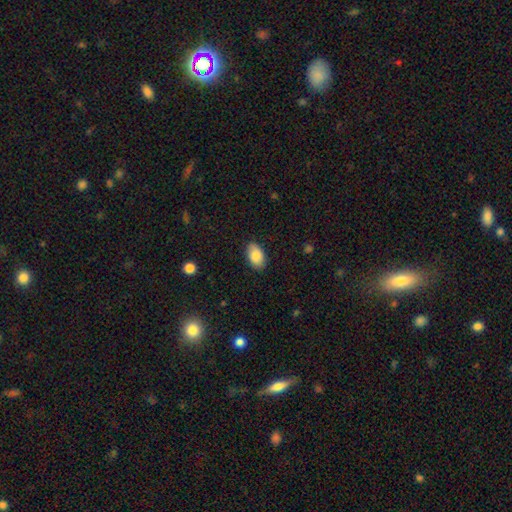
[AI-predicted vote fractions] Q: Smooth or featured?
A: smooth (84%); runner-up: featured or disk (9%)
Q: How rounded?
A: in between (92%); runner-up: round (6%)
Q: Merging?
A: none (86%); runner-up: minor disturbance (11%)